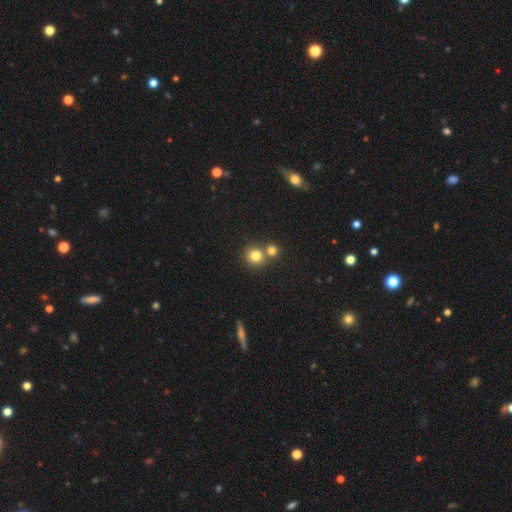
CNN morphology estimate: smooth 80%, star or artifact 13%, featured or disk 7%. Down the decision tree: how rounded — round (88%); merging — none (56%).